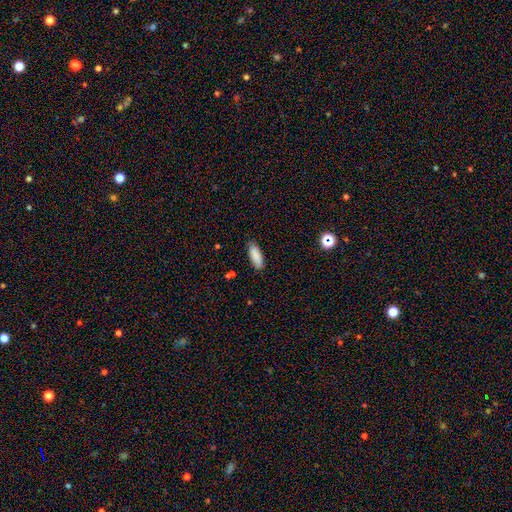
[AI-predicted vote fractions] Overall: smooth (88%). How rounded: in between (70%). Merging: none (86%).